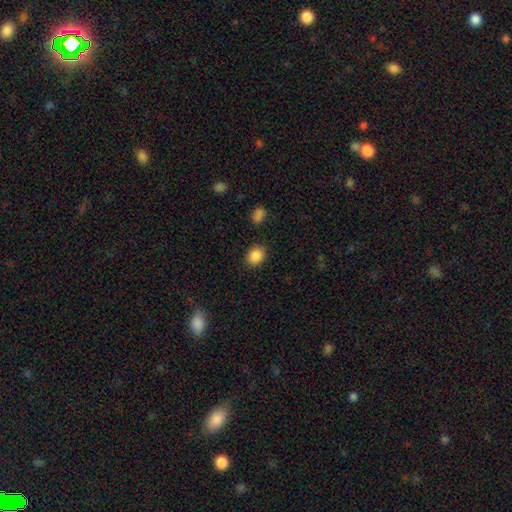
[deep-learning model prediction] This is clearly a smooth galaxy (87%). How rounded: possibly in between (51%). Merging: clearly none (87%).